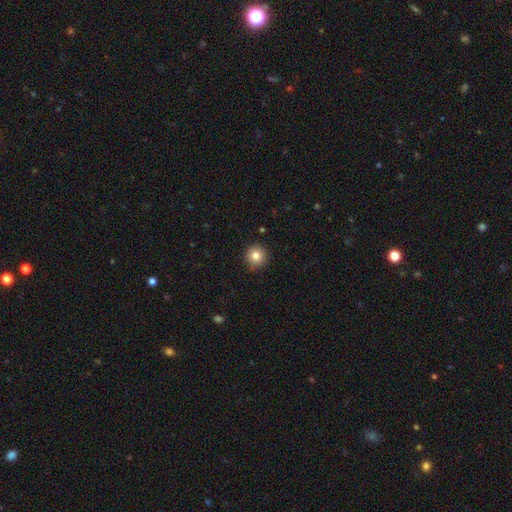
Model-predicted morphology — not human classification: smooth 83%, star or artifact 10%, featured or disk 7%. Down the decision tree: how rounded — round (96%); merging — none (92%).